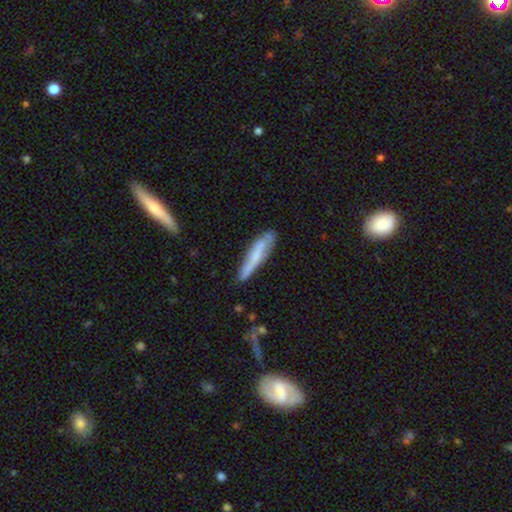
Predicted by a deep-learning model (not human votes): Overall: smooth (53%; featured or disk 40%). How rounded: cigar-shaped (87%). Merging: none (65%).